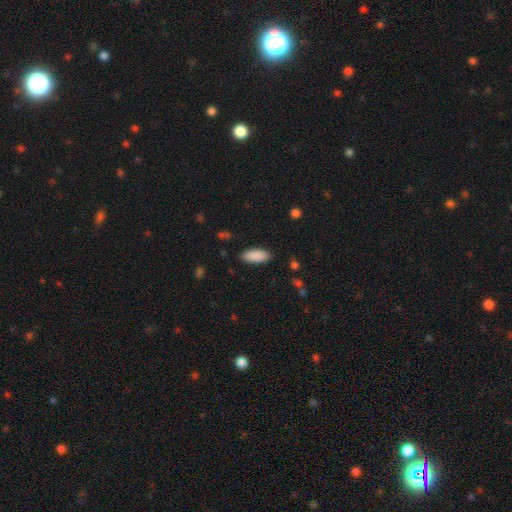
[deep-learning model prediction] A smooth galaxy with no disk features (90%) that is in between round and cigar-shaped (84%). Merging: none (88%).